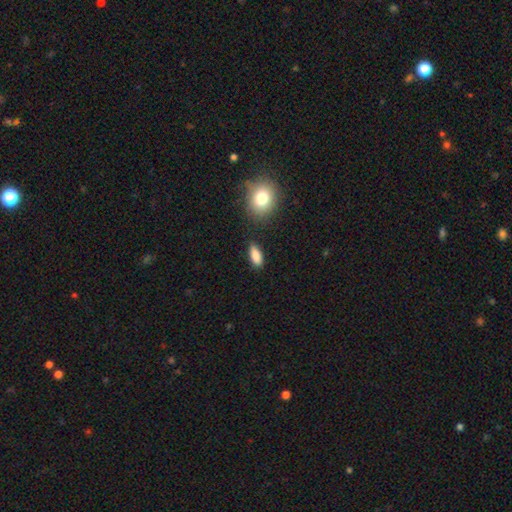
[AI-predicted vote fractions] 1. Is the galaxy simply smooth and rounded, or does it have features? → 87% smooth, 7% star or artifact, 6% featured or disk.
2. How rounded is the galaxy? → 78% in between, 18% cigar-shaped, 4% round.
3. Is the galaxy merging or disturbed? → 81% none, 13% minor disturbance, 3% merger, 3% major disturbance.